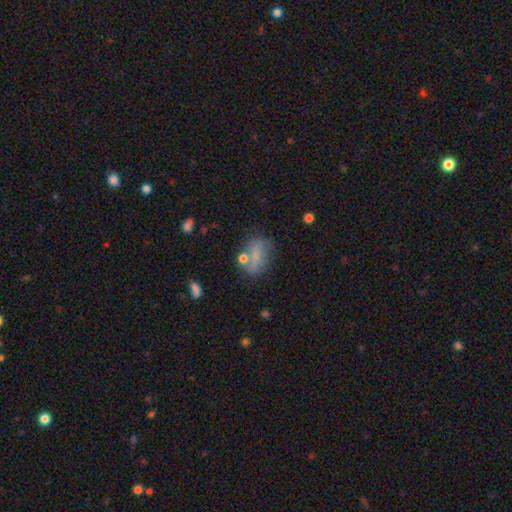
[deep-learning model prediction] Smooth or featured? smooth (62%)
How rounded? in between (74%)
Merging? none (55%)